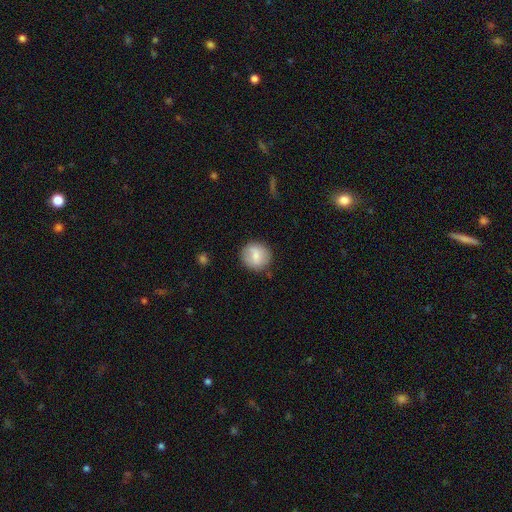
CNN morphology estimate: Smooth or featured? Predicted: smooth (p=0.75). How rounded? Predicted: round (p=0.91). Merging? Predicted: none (p=0.84).